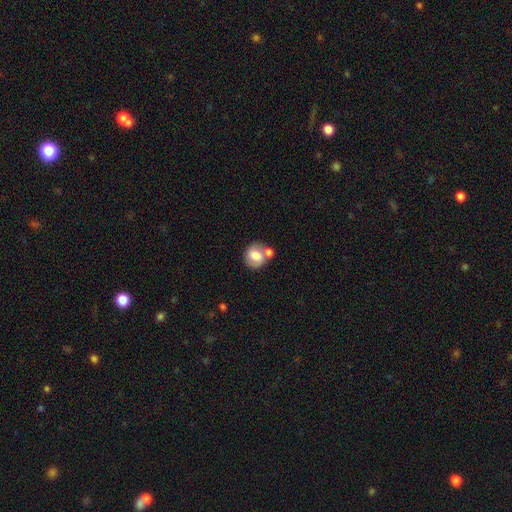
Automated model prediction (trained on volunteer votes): Smooth or featured: smooth — 73% (featured or disk — 19%)
How rounded: round — 68% (in between — 31%)
Merging: none — 42% (merger — 37%)